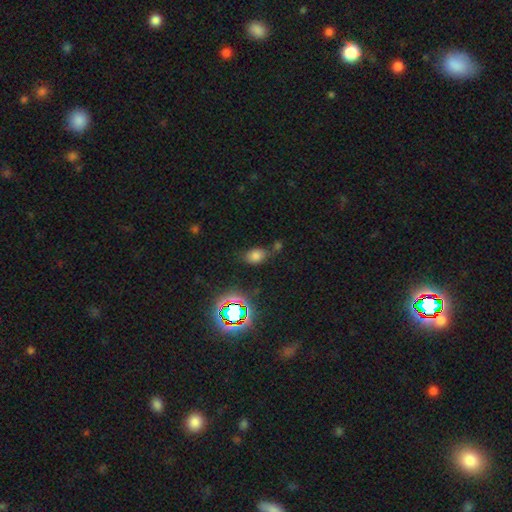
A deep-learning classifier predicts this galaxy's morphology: Overall: smooth (67%). How rounded: in between (77%). Merging: none (66%).